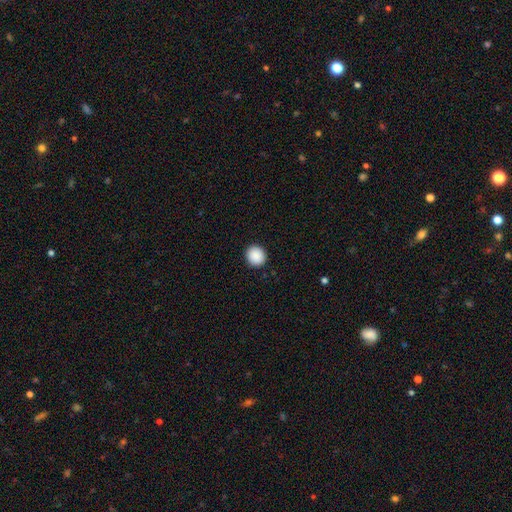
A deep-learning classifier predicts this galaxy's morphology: Smooth or featured?
  - smooth: 90% *
  - star or artifact: 8%
  - featured or disk: 2%
How rounded?
  - round: 89% *
  - in between: 11%
  - cigar-shaped: 1%
Merging?
  - none: 92% *
  - minor disturbance: 5%
  - major disturbance: 2%
  - merger: 1%